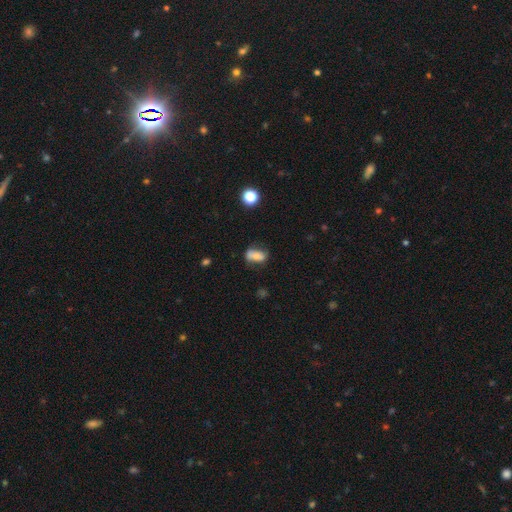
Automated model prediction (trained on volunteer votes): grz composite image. It shows a smooth galaxy with no disk features (67%) that is in between round and cigar-shaped (82%). Merging: none (54%).